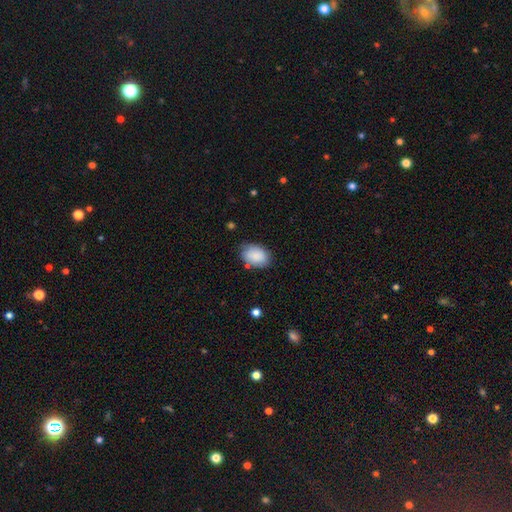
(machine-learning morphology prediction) Smooth or featured? Predicted: smooth (p=0.87). How rounded? Predicted: in between (p=0.85). Merging? Predicted: none (p=0.73).